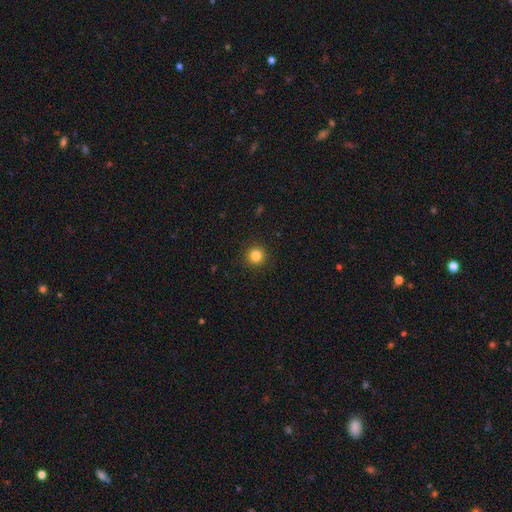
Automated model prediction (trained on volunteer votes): Morphology: type=smooth (84%); roundness=round (95%); merging=none (92%).